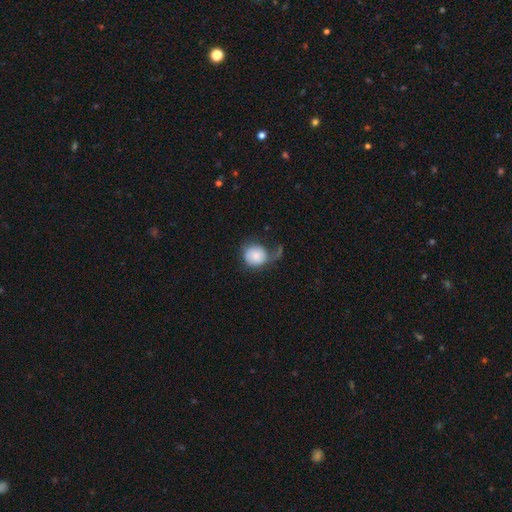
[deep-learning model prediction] smooth_or_featured: smooth (p=0.69) [alt: featured or disk p=0.24]
how_rounded: round (p=0.79) [alt: in between p=0.20]
merging: major disturbance (p=0.39) [alt: none p=0.29]